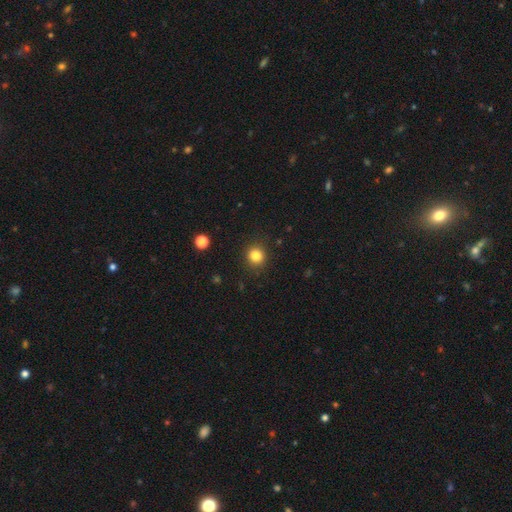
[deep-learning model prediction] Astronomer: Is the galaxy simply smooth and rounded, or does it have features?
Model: smooth — 83%.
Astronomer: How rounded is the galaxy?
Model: round — 89%.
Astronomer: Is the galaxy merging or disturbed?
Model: none — 90%.